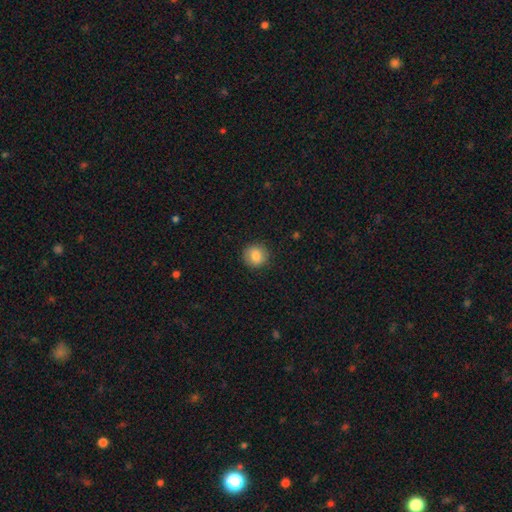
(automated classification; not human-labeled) Overall: smooth (82%). How rounded: round (89%). Merging: none (88%).